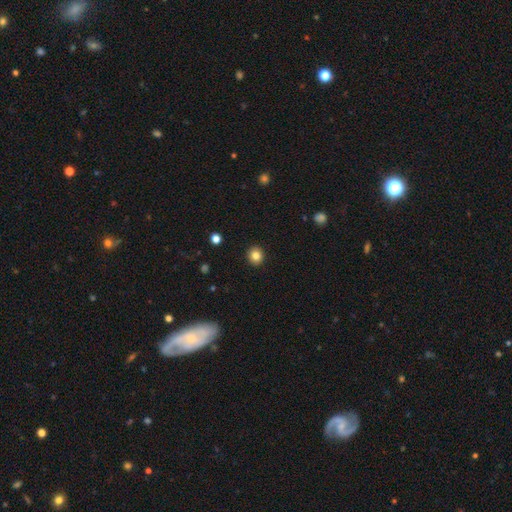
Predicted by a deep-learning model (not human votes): smooth-or-featured: smooth: 83% | star or artifact: 10% | featured or disk: 6%
  how-rounded: round: 87% | in between: 12% | cigar-shaped: 1%
  merging: none: 92% | minor disturbance: 5% | major disturbance: 2% | merger: 1%